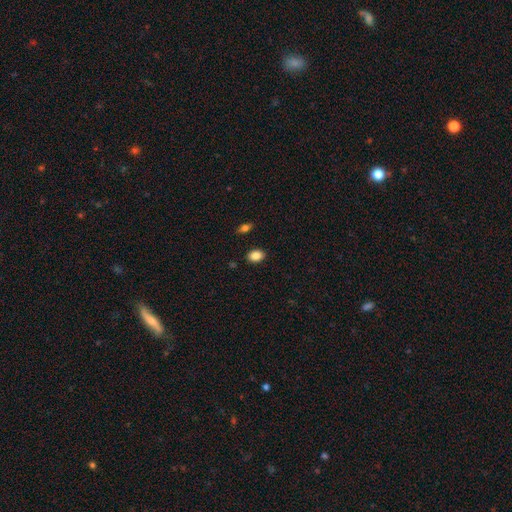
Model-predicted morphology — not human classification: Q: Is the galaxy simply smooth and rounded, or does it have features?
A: smooth — 87%.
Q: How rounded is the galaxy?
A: in between — 77%.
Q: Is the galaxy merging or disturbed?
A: none — 89%.